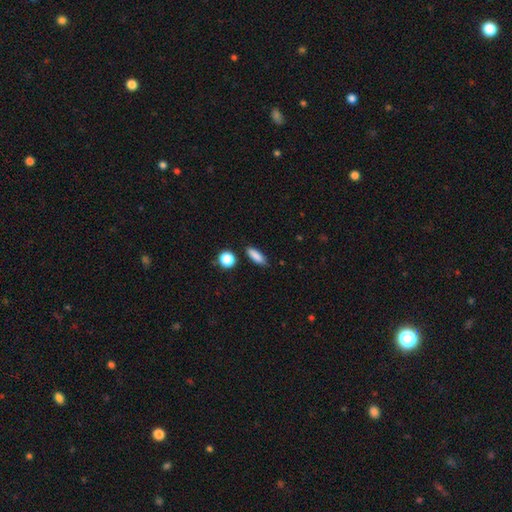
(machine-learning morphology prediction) Overall: smooth (85%). How rounded: in between (54%; cigar-shaped 41%). Merging: none (83%).